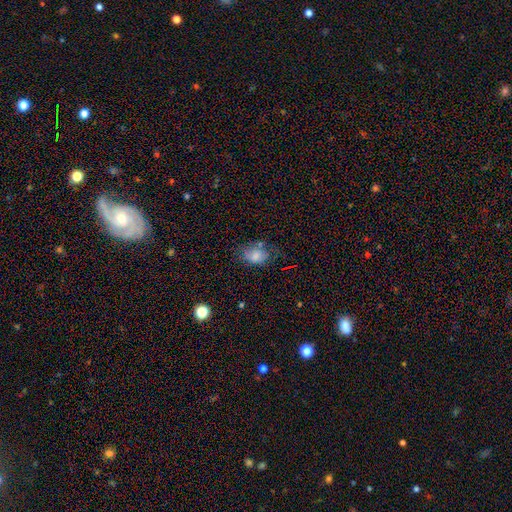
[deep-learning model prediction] smooth 67%, featured or disk 18%, star or artifact 15%. Down the decision tree: how rounded — in between (74%); merging — none (60%).